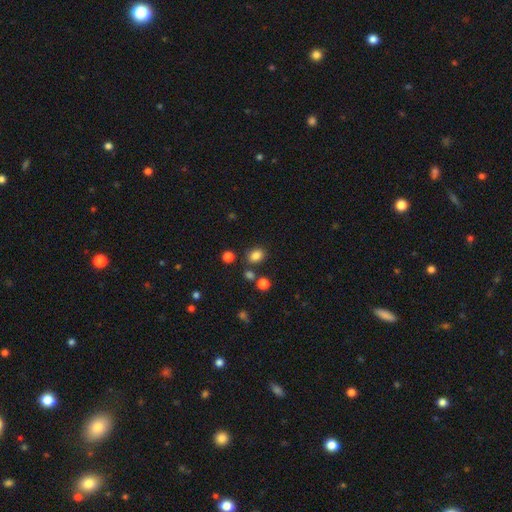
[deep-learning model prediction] This is clearly a smooth galaxy (83%). How rounded: possibly in between (55%). Merging: likely none (79%).